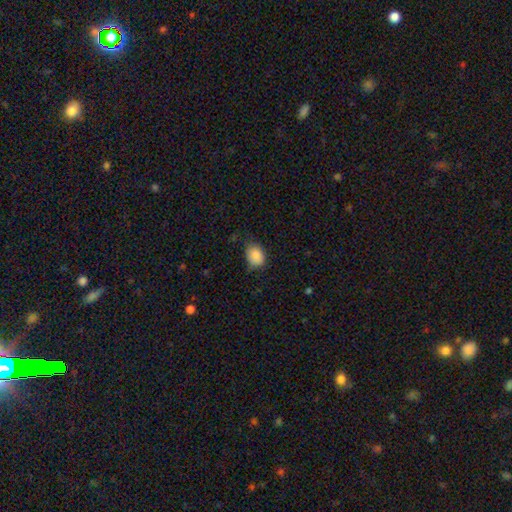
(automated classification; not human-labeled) Overall: smooth (87%). How rounded: in between (59%; round 40%). Merging: none (68%).